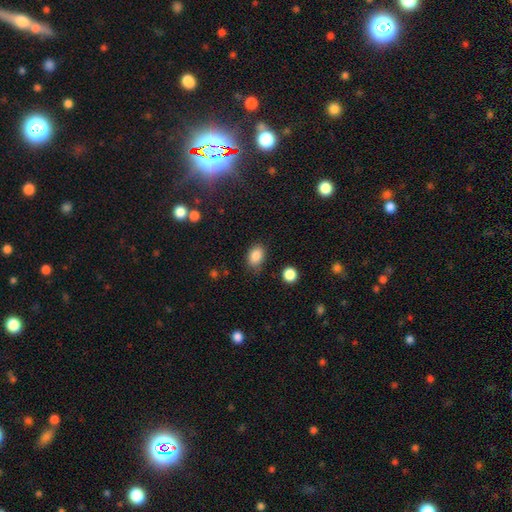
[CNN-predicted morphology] type=smooth (86%); roundness=in between (83%); merging=none (78%).